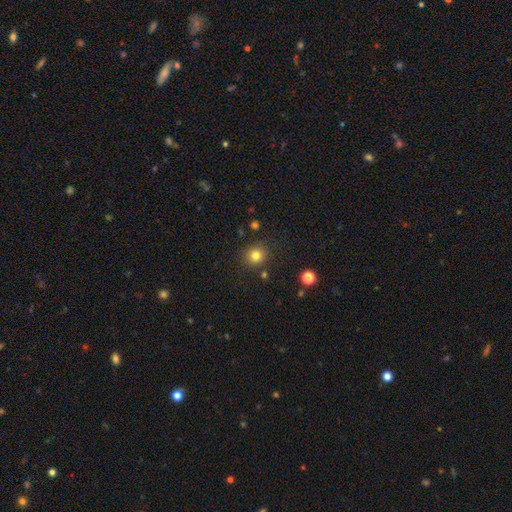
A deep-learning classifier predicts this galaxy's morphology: smooth 81%, star or artifact 13%, featured or disk 6%. Down the decision tree: how rounded — round (88%); merging — none (86%).